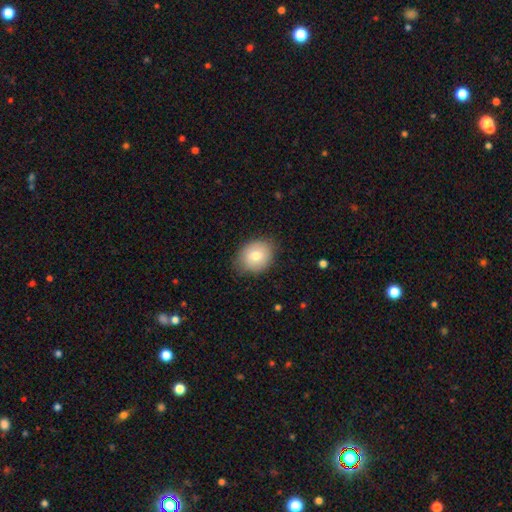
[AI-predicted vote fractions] Smooth or featured? smooth (77%)
How rounded? round (54%)
Merging? none (81%)